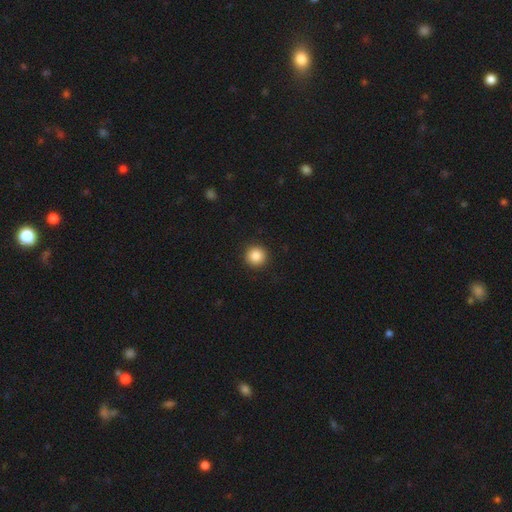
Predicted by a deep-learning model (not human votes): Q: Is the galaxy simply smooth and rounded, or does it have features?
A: smooth — 87%.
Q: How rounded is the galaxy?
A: round — 95%.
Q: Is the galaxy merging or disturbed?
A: none — 93%.